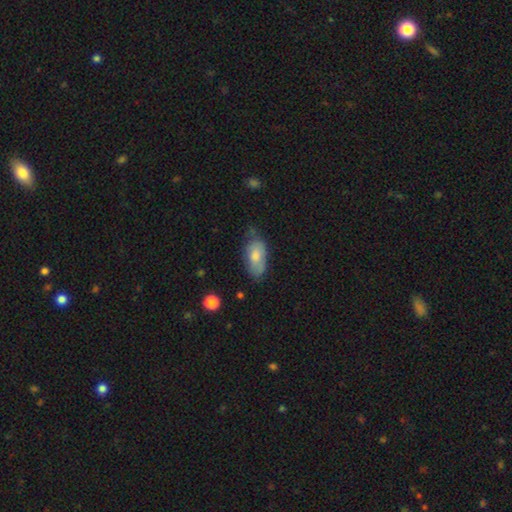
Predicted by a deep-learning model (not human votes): A smooth galaxy with no disk features (64%) that is in between round and cigar-shaped (91%). Merging: none (55%).